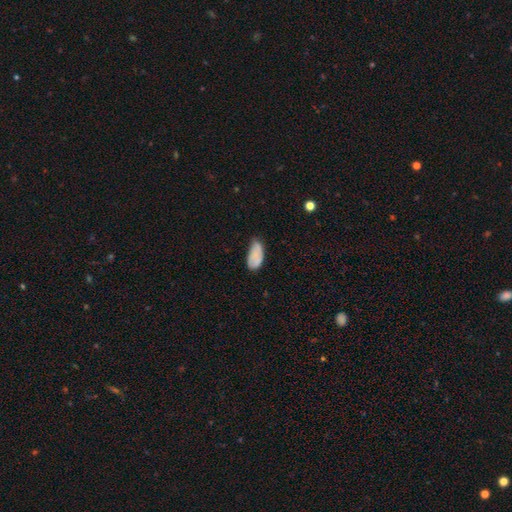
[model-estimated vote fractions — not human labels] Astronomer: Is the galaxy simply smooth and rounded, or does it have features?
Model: smooth — 78%.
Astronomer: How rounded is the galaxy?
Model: in between — 94%.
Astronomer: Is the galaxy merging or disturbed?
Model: minor disturbance — 44% (runner-up: none, 40%).